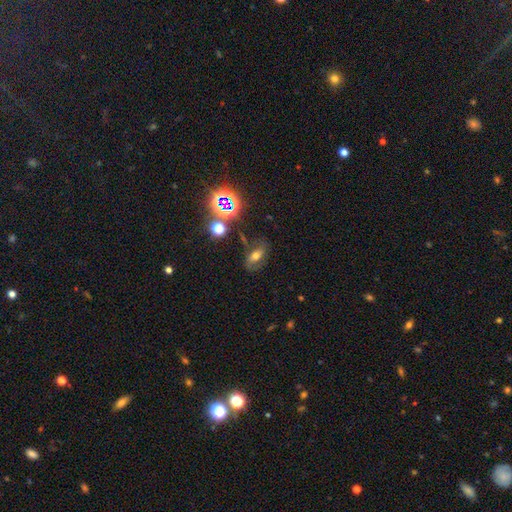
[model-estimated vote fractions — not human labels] The model was most divided on "smooth or featured": smooth: 44%, featured or disk: 32%, star or artifact: 24%. More confident: merging — none (68%).